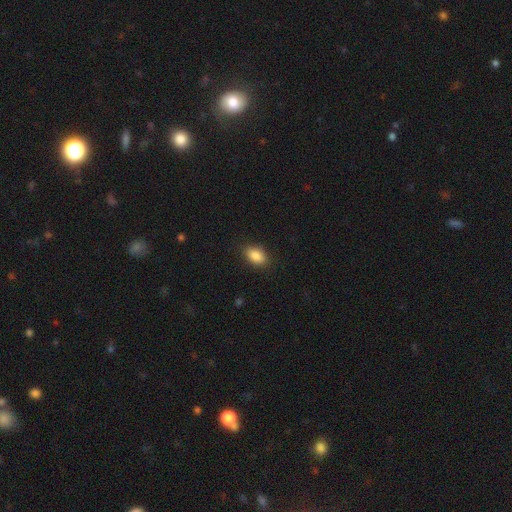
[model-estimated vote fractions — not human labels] A smooth galaxy with no disk features (88%) that is in between round and cigar-shaped (87%). Merging: none (86%).